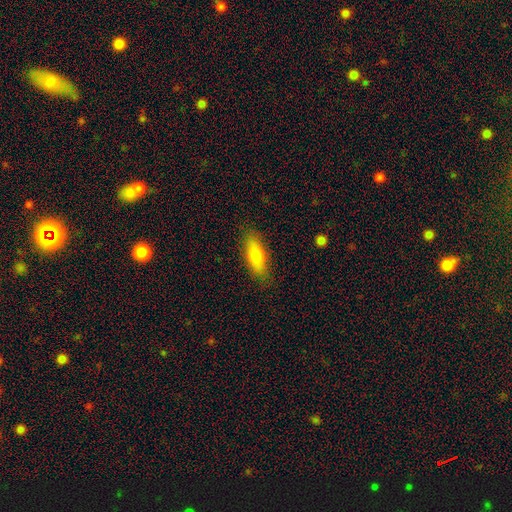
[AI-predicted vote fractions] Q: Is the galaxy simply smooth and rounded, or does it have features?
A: smooth — 76%.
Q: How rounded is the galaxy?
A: in between — 70%.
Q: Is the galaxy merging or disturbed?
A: none — 85%.